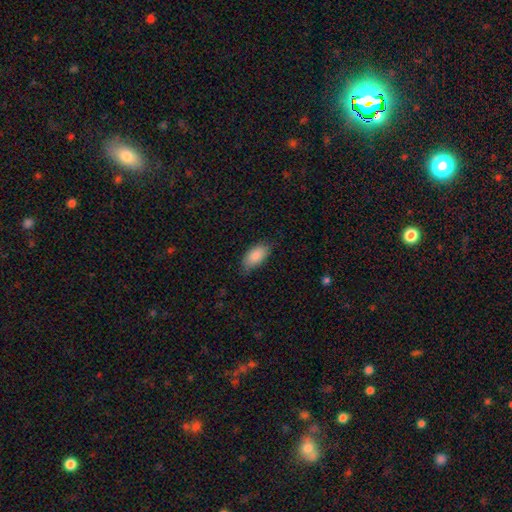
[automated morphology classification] This appears to be a smooth galaxy with no disk features (88%) that is in between round and cigar-shaped (92%). Merging: none (76%).